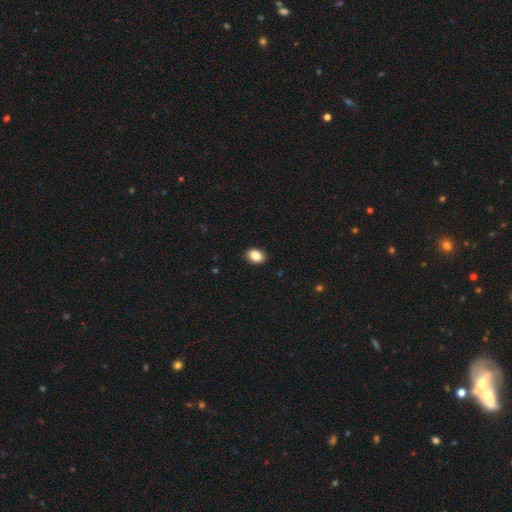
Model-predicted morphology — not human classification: Smooth or featured: smooth — 86% (star or artifact — 8%)
How rounded: in between — 78% (round — 21%)
Merging: none — 90% (minor disturbance — 7%)